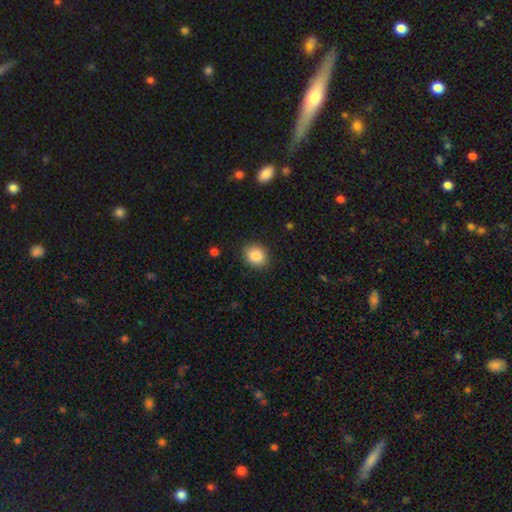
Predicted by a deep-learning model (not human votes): Overall: smooth (85%). How rounded: round (68%; in between 31%). Merging: none (89%).